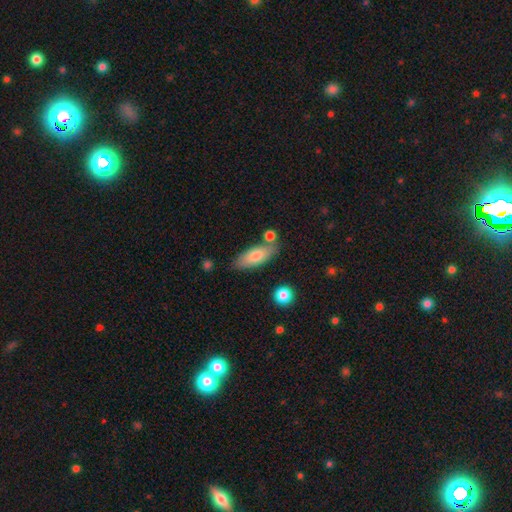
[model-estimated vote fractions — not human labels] A smooth galaxy with no disk features (77%) that is in between round and cigar-shaped (72%).

Vote fractions:
- Smooth or featured? smooth: 77% / featured or disk: 17% / star or artifact: 6%
- How rounded? in between: 72% / cigar-shaped: 25% / round: 3%
- Merging? none: 73% / minor disturbance: 15% / merger: 9% / major disturbance: 3%